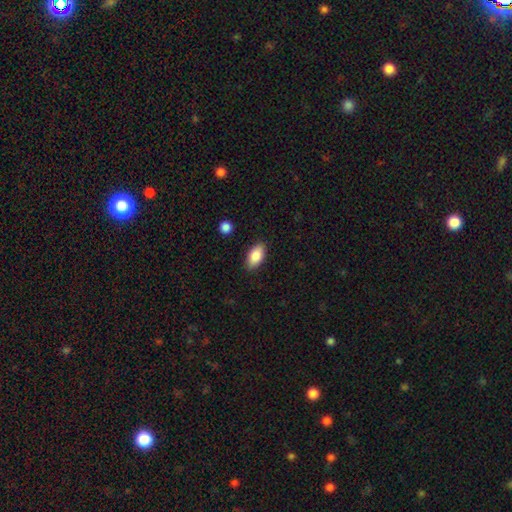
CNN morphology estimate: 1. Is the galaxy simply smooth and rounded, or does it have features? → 85% smooth, 9% featured or disk, 7% star or artifact.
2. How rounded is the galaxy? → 91% in between, 5% cigar-shaped, 4% round.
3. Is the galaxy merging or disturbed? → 87% none, 10% minor disturbance, 2% major disturbance, 1% merger.